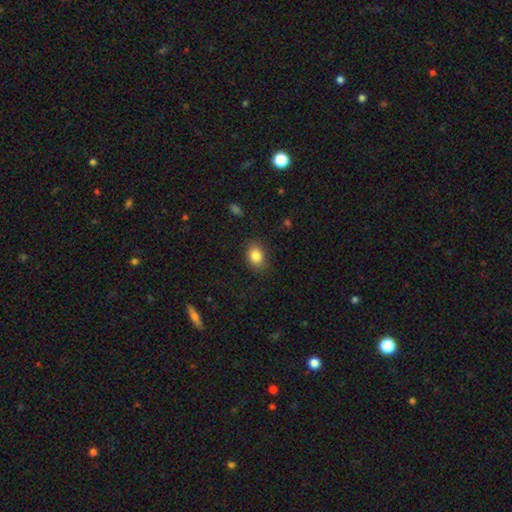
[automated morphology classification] Smooth or featured? Predicted: smooth (p=0.84). How rounded? Predicted: in between (p=0.68). Merging? Predicted: none (p=0.86).